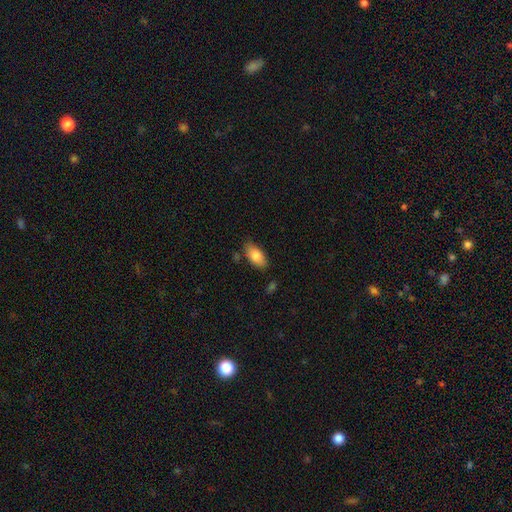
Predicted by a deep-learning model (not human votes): smooth-or-featured: smooth: 83% | featured or disk: 10% | star or artifact: 7%
  how-rounded: in between: 91% | cigar-shaped: 6% | round: 3%
  merging: none: 77% | minor disturbance: 16% | merger: 3% | major disturbance: 3%